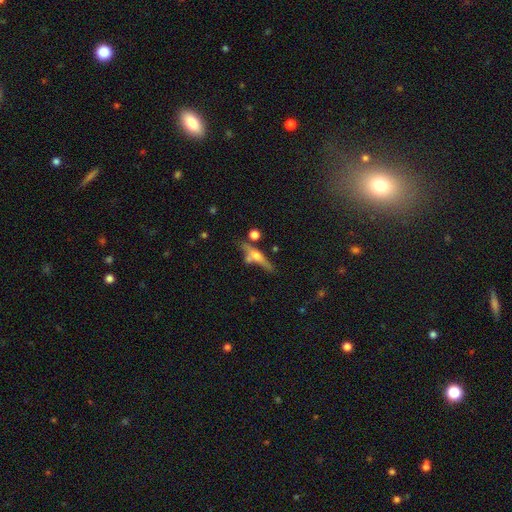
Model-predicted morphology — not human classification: Smooth or featured? Predicted: featured or disk (p=0.53). Edge-on disk? Predicted: yes (p=0.88). Merging? Predicted: none (p=0.59).